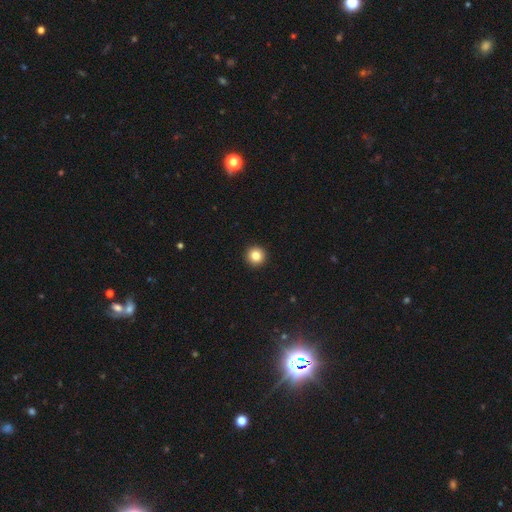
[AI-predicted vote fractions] This appears to be a smooth galaxy with no disk features (84%) that is round (96%). Merging: none (94%).